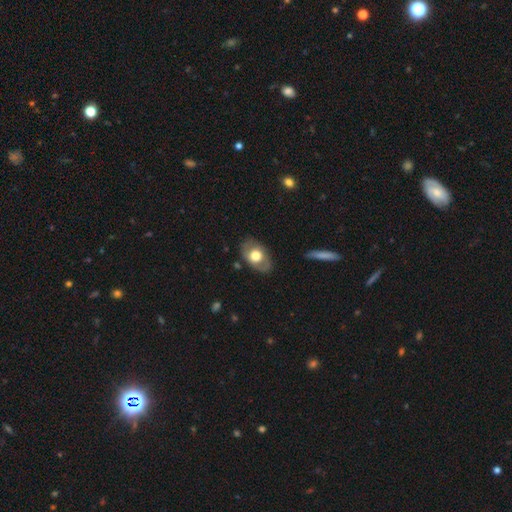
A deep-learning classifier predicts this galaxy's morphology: This is possibly a smooth galaxy (57%). How rounded: clearly in between (85%). Merging: likely none (79%).